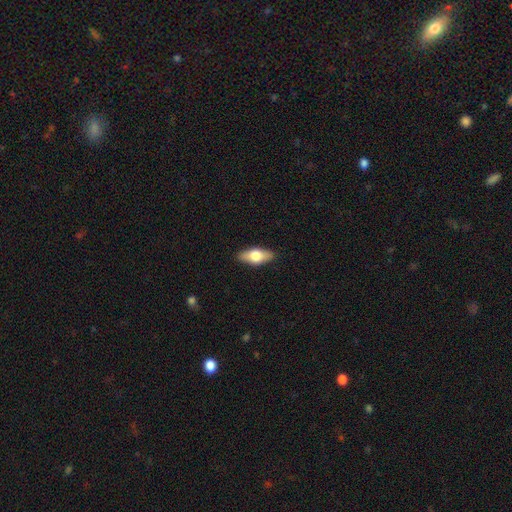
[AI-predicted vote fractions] smooth 62%, featured or disk 31%, star or artifact 6%. Down the decision tree: how rounded — in between (79%); merging — none (88%).